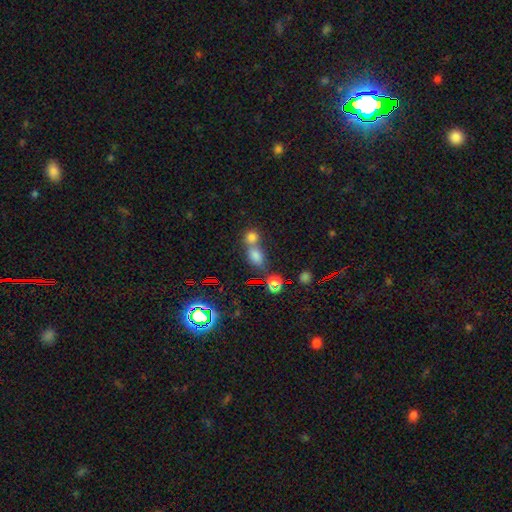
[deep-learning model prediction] Smooth or featured: smooth — 68% (star or artifact — 22%)
How rounded: in between — 62% (round — 33%)
Merging: merger — 50% (none — 38%)